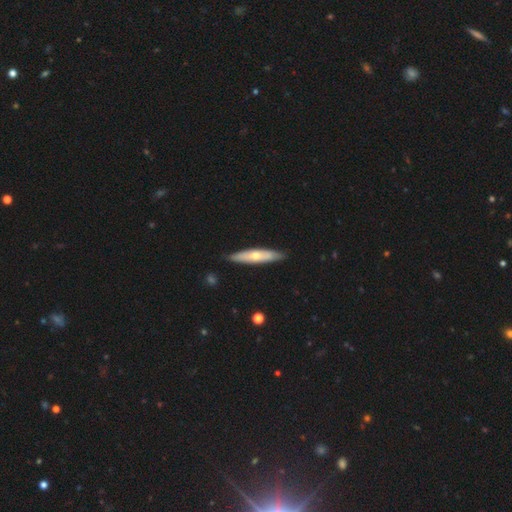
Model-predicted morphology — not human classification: A featured or disk galaxy (48%). Merging: none (87%).